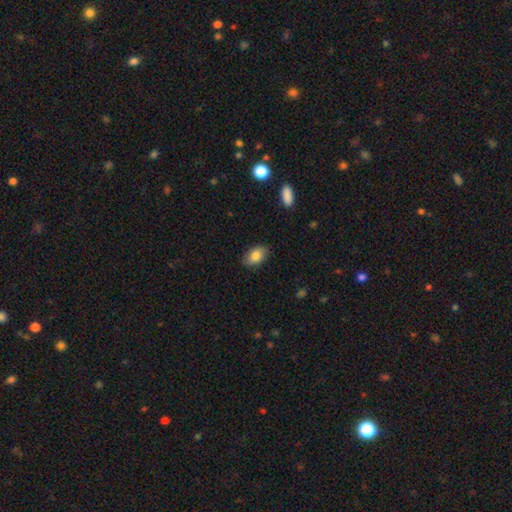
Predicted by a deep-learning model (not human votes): Overall: smooth (82%). How rounded: in between (89%). Merging: none (82%).